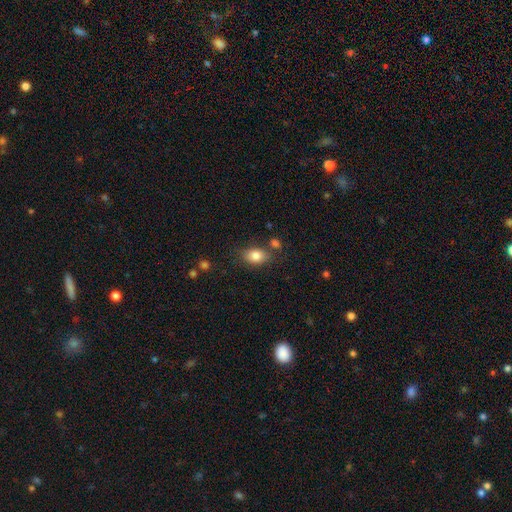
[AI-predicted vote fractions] Overall: smooth (83%). How rounded: in between (80%). Merging: none (71%).